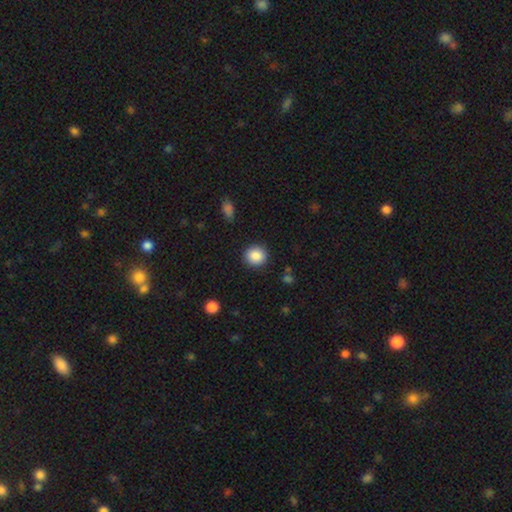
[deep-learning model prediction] Q: Smooth or featured?
A: smooth (87%); runner-up: star or artifact (8%)
Q: How rounded?
A: round (88%); runner-up: in between (11%)
Q: Merging?
A: none (90%); runner-up: minor disturbance (7%)